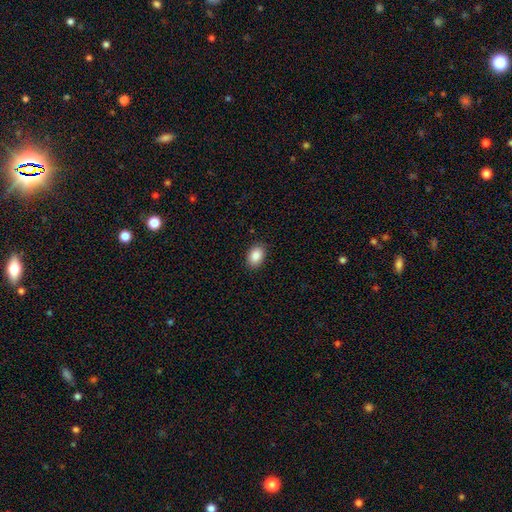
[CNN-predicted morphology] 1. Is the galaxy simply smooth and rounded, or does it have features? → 88% smooth, 8% star or artifact, 4% featured or disk.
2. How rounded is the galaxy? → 83% in between, 16% round, 1% cigar-shaped.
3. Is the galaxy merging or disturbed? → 89% none, 8% minor disturbance, 2% major disturbance, 1% merger.